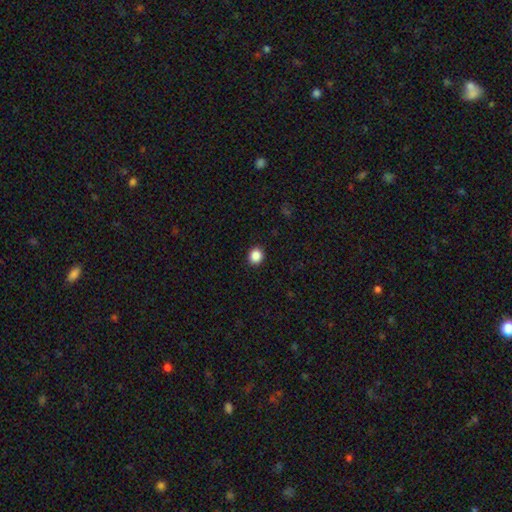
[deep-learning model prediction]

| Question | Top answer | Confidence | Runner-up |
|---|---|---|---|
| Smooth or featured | smooth | 87% | star or artifact (10%) |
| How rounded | round | 78% | in between (22%) |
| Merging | none | 92% | minor disturbance (5%) |